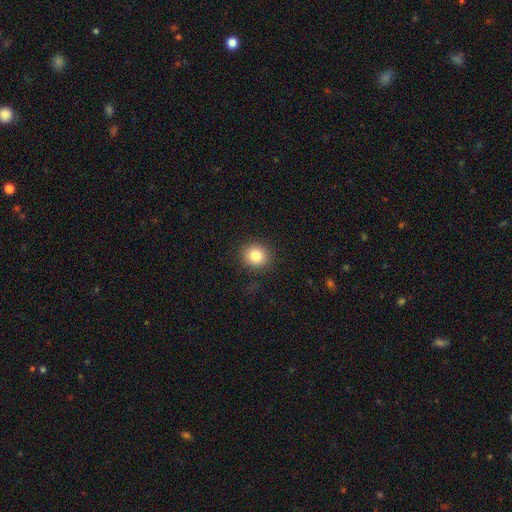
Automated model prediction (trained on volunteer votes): Q: Smooth or featured?
A: smooth (84%); runner-up: star or artifact (10%)
Q: How rounded?
A: round (84%); runner-up: in between (15%)
Q: Merging?
A: none (89%); runner-up: minor disturbance (7%)